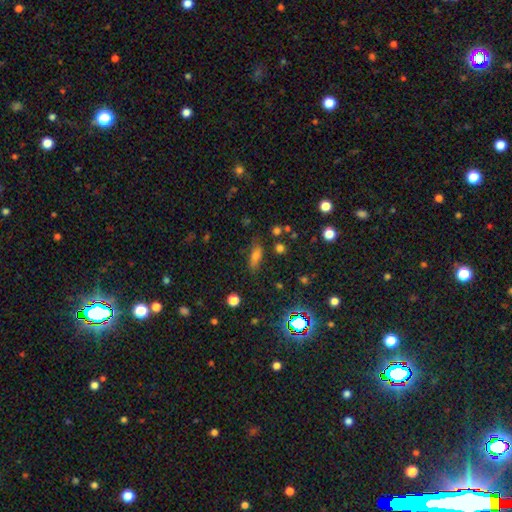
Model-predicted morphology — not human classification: A smooth galaxy with no disk features (65%) that is in between round and cigar-shaped (65%). Merging: none (72%).